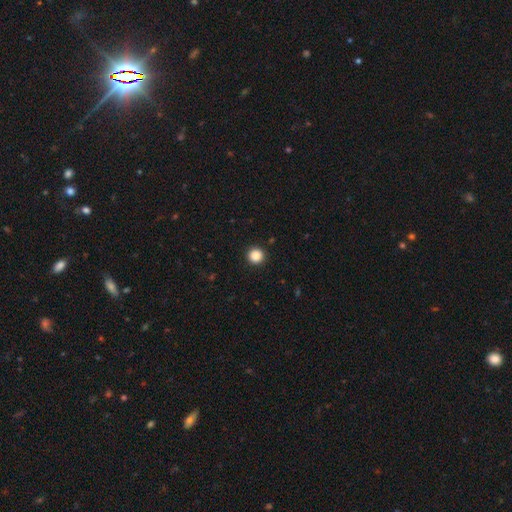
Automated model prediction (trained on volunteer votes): The model was most divided on "smooth or featured": smooth: 87%, star or artifact: 10%, featured or disk: 3%. More confident: how rounded — round (95%); merging — none (93%).